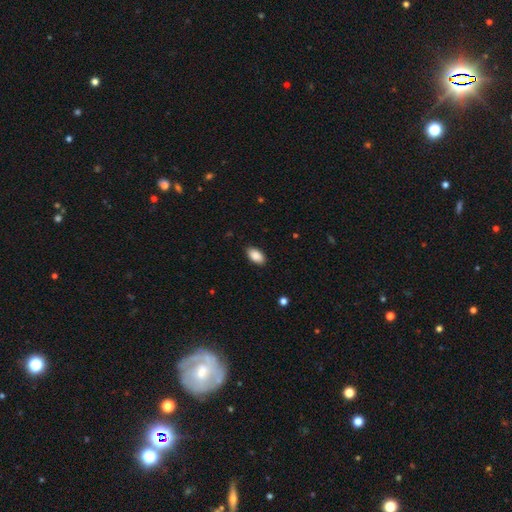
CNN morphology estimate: Smooth or featured?
  - smooth: 89% *
  - star or artifact: 7%
  - featured or disk: 4%
How rounded?
  - in between: 94% *
  - round: 4%
  - cigar-shaped: 2%
Merging?
  - none: 87% *
  - minor disturbance: 9%
  - major disturbance: 2%
  - merger: 1%